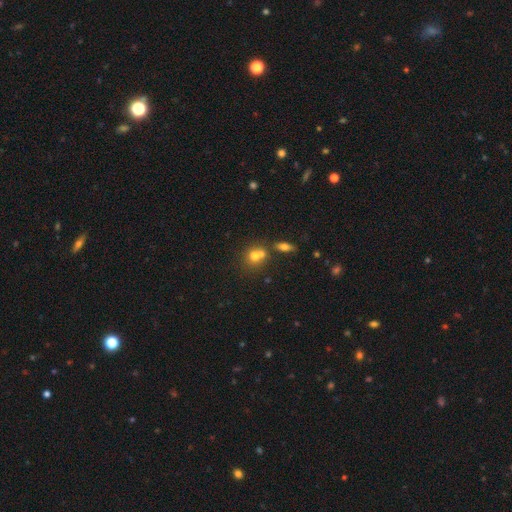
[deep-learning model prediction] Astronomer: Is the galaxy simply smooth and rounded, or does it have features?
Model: smooth — 72%.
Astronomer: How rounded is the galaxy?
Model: round — 69%.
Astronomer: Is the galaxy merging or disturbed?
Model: merger — 50% (runner-up: none, 37%).